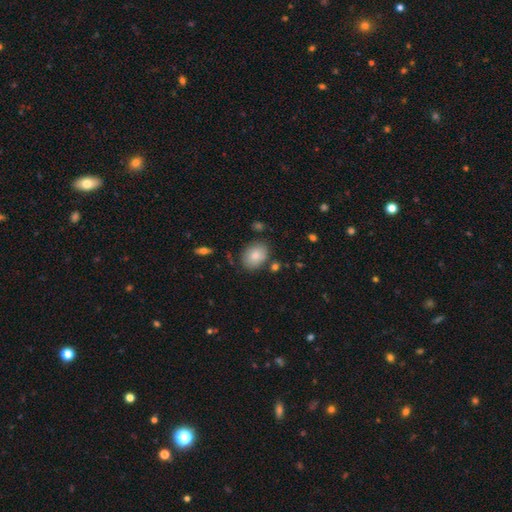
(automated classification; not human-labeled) Morphology: type=smooth (83%); roundness=in between (69%); merging=none (79%).